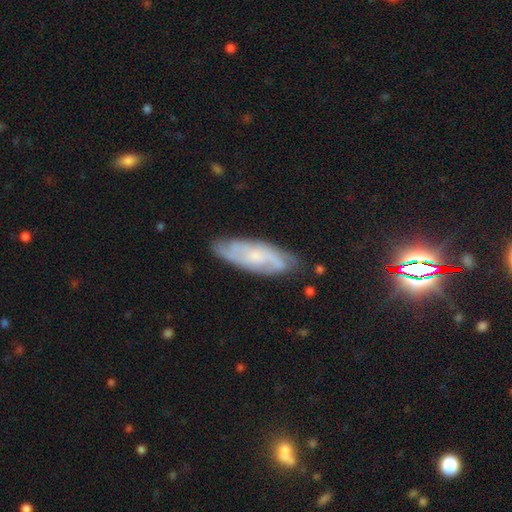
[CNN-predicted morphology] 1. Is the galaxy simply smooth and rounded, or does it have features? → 67% featured or disk, 27% smooth, 7% star or artifact.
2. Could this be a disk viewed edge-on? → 85% no, 15% yes.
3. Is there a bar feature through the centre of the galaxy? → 67% no, 28% weak, 5% strong.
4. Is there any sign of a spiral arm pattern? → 89% yes, 11% no.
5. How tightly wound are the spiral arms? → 47% tight, 39% medium, 13% loose.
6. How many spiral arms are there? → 42% can't tell, 30% 2, 16% 3, 5% 4, 4% 1, 3% more than 4.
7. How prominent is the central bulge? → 56% small, 29% moderate, 11% none, 3% large, 1% dominant.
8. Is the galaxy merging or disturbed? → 75% none, 19% minor disturbance, 5% major disturbance, 2% merger.